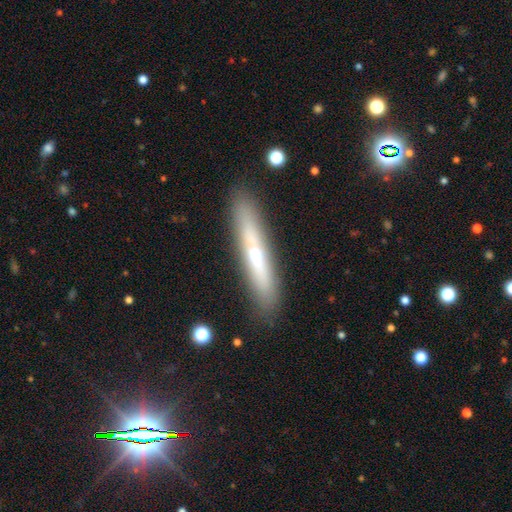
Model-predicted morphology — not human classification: The model was most divided on "smooth or featured": featured or disk: 52%, smooth: 40%, star or artifact: 8%. More confident: merging — none (86%); edge-on disk — yes (80%).